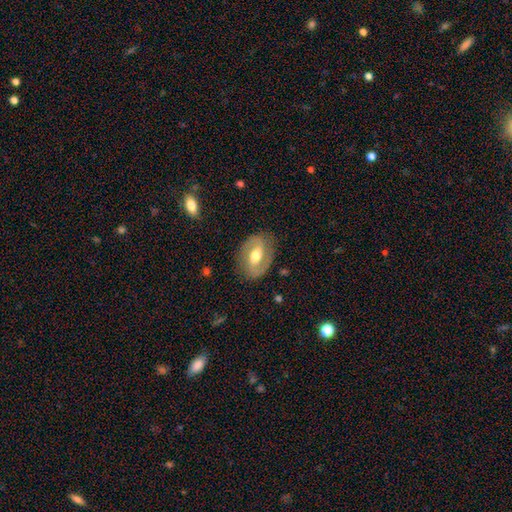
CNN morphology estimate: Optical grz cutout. It shows a featured or disk galaxy (73%) with a weak bar (42%), 2 (87%) medium (48%) spiral arms (79%) and a moderate central bulge (74%). Merging: none (83%).